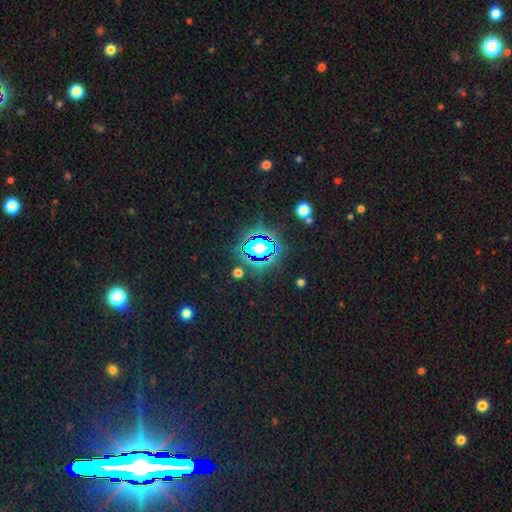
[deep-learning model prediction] Smooth or featured? star or artifact (83%)